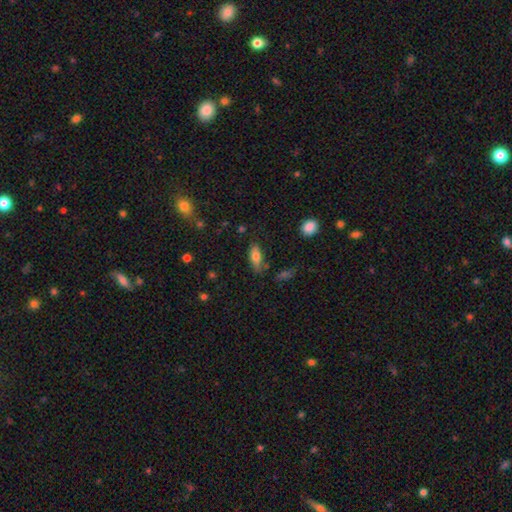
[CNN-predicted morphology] Smooth or featured?
  - smooth: 75% *
  - featured or disk: 17%
  - star or artifact: 8%
How rounded?
  - in between: 79% *
  - cigar-shaped: 18%
  - round: 3%
Merging?
  - none: 73% *
  - minor disturbance: 18%
  - merger: 5%
  - major disturbance: 4%